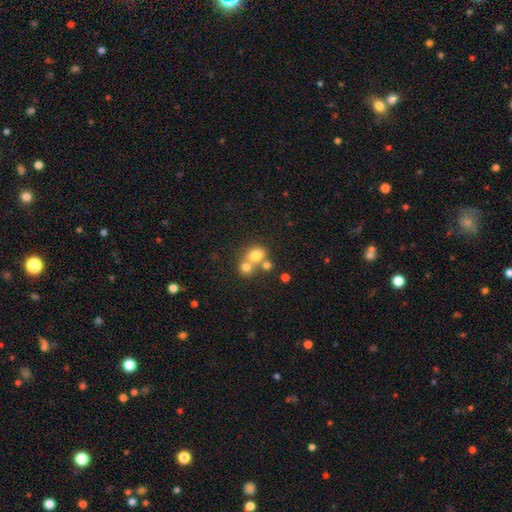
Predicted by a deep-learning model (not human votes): smooth-or-featured: smooth: 72% | featured or disk: 14% | star or artifact: 14%
  how-rounded: round: 74% | in between: 25% | cigar-shaped: 1%
  merging: merger: 51% | none: 39% | minor disturbance: 6% | major disturbance: 3%